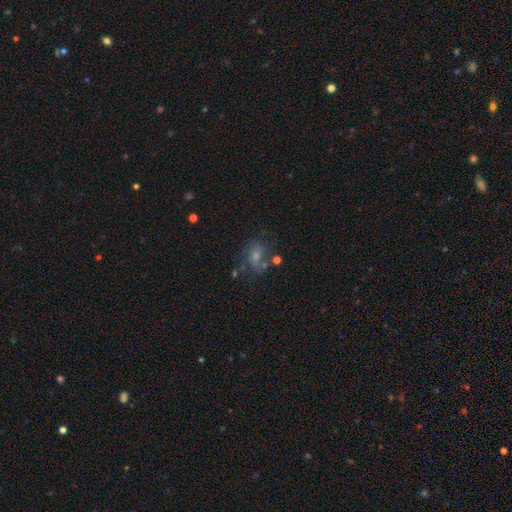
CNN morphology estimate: Smooth or featured: smooth — 49% (featured or disk — 37%)
Merging: none — 50% (minor disturbance — 22%)